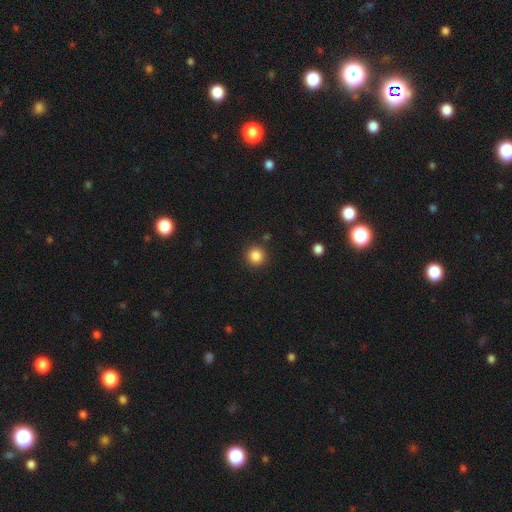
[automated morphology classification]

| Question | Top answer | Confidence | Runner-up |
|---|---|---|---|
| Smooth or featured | smooth | 86% | star or artifact (11%) |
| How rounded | round | 94% | in between (5%) |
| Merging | none | 89% | minor disturbance (7%) |